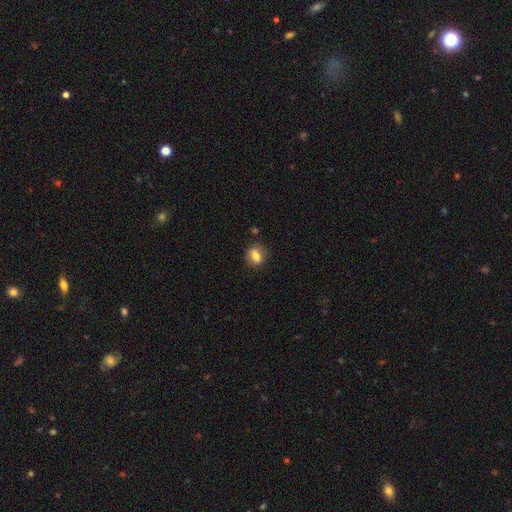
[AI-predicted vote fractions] smooth 76%, featured or disk 15%, star or artifact 9%. Down the decision tree: how rounded — in between (59%); merging — none (81%).